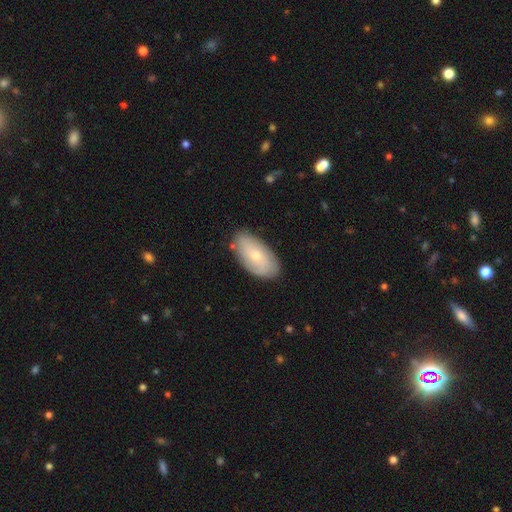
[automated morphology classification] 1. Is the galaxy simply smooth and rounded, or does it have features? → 56% smooth, 38% featured or disk, 6% star or artifact.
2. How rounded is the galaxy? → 94% in between, 3% cigar-shaped, 3% round.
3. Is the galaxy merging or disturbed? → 82% none, 14% minor disturbance, 3% major disturbance, 1% merger.